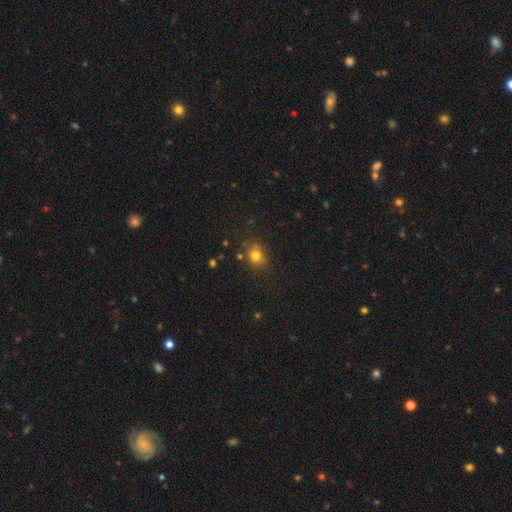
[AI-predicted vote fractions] Smooth or featured: smooth — 77% (star or artifact — 15%)
How rounded: round — 70% (in between — 29%)
Merging: none — 73% (minor disturbance — 17%)